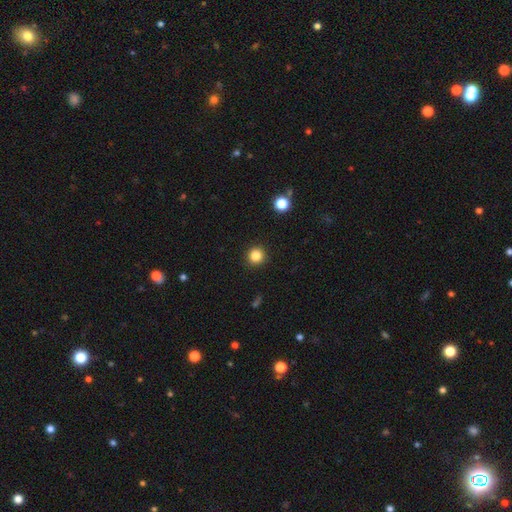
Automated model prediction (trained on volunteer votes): smooth_or_featured: smooth (p=0.83) [alt: star or artifact p=0.12]
how_rounded: round (p=0.95) [alt: in between p=0.04]
merging: none (p=0.92) [alt: minor disturbance p=0.05]